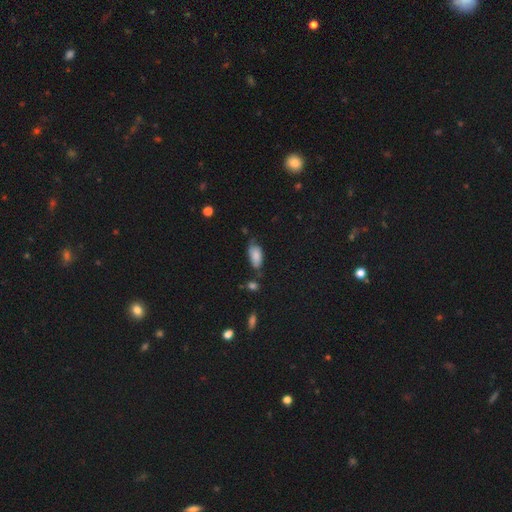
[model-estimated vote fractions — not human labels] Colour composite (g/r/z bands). It shows a smooth galaxy with no disk features (74%) that is in between round and cigar-shaped (91%). Merging: none (50%).